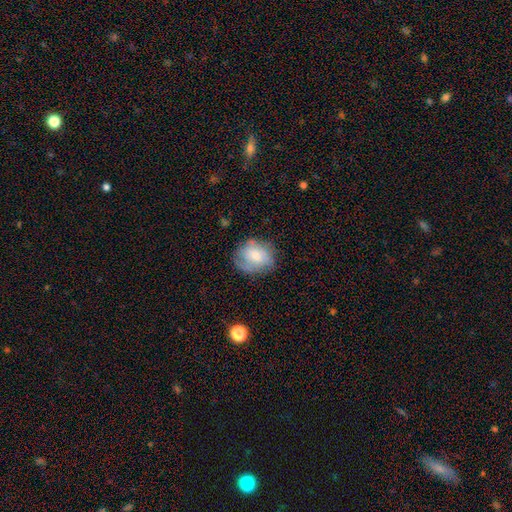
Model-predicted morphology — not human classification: Overall: smooth (56%; featured or disk 36%). How rounded: round (65%; in between 34%). Merging: none (62%; minor disturbance 26%).